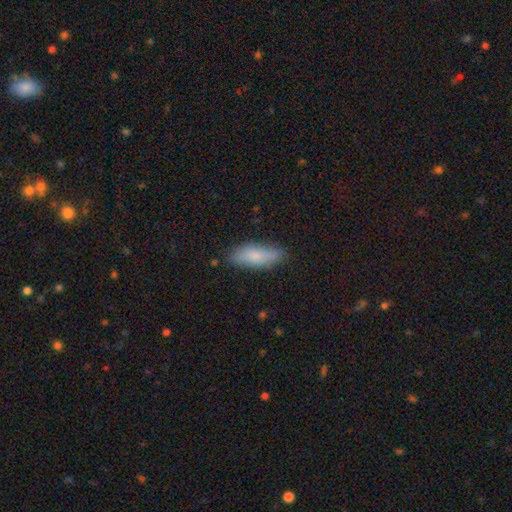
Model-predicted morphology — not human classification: type=smooth (81%); roundness=in between (61%); merging=none (82%).